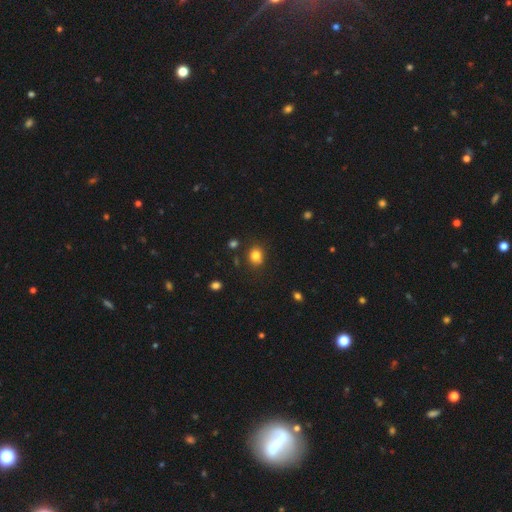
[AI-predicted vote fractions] smooth_or_featured: smooth (p=0.82) [alt: star or artifact p=0.12]
how_rounded: round (p=0.67) [alt: in between p=0.32]
merging: none (p=0.81) [alt: minor disturbance p=0.12]